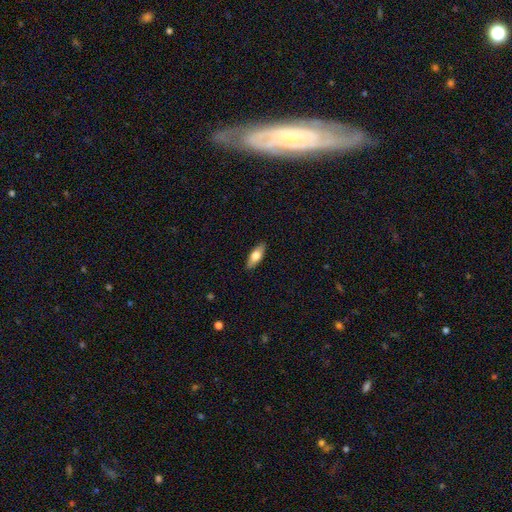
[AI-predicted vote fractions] Morphology: type=smooth (67%); roundness=in between (71%); merging=none (88%).